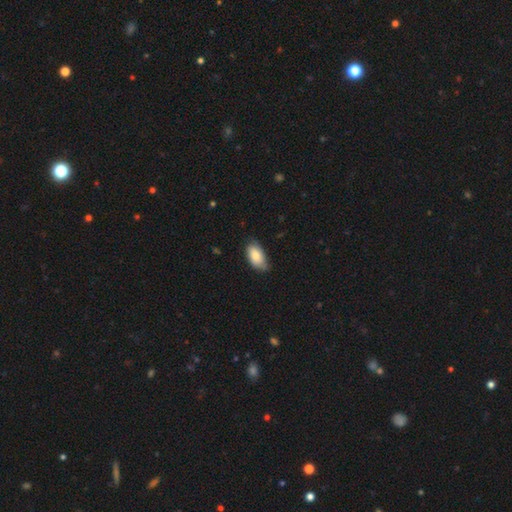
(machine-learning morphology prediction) Q: Smooth or featured?
A: smooth (79%); runner-up: featured or disk (15%)
Q: How rounded?
A: in between (94%); runner-up: round (4%)
Q: Merging?
A: none (68%); runner-up: minor disturbance (27%)